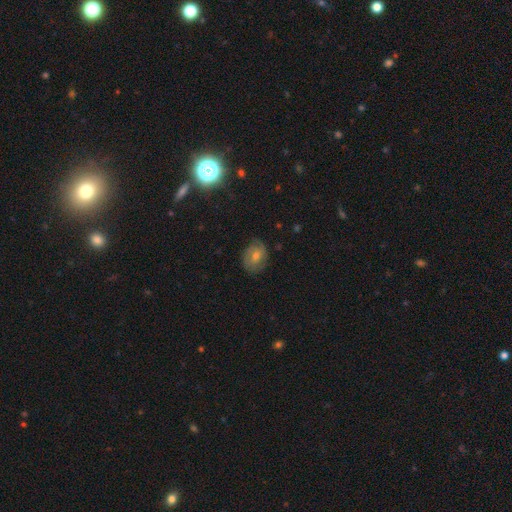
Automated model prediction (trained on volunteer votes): This appears to be a featured or disk galaxy (50%). Merging: none (79%).